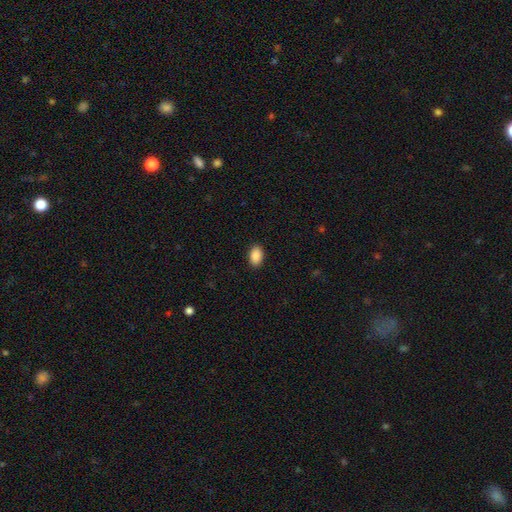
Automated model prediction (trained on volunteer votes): Smooth or featured? Predicted: smooth (p=0.90). How rounded? Predicted: in between (p=0.91). Merging? Predicted: none (p=0.90).